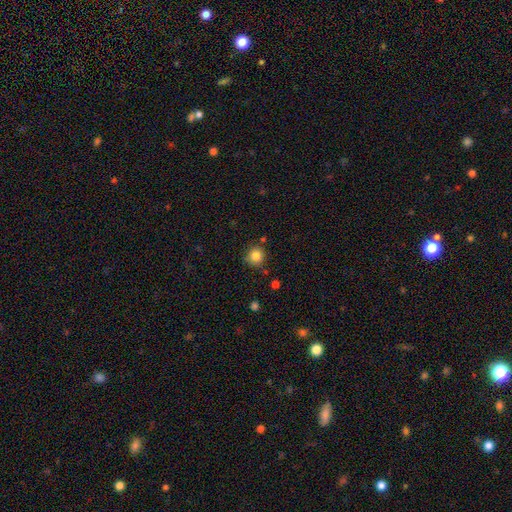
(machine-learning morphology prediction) Smooth or featured: smooth — 84% (star or artifact — 11%)
How rounded: round — 93% (in between — 6%)
Merging: none — 80% (minor disturbance — 12%)